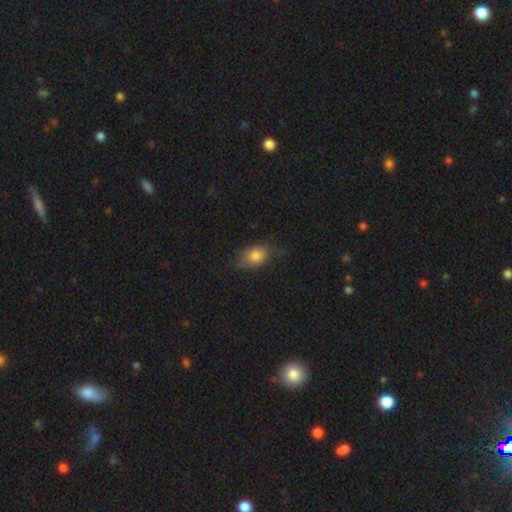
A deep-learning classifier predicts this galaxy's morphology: Smooth or featured? Predicted: smooth (p=0.77). How rounded? Predicted: in between (p=0.77). Merging? Predicted: none (p=0.61).